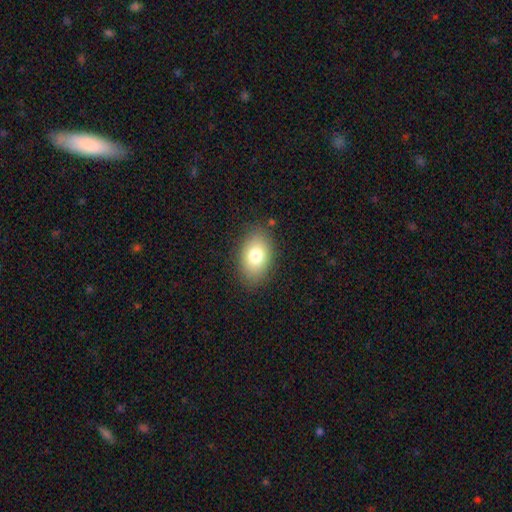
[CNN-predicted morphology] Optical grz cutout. It shows a smooth galaxy with no disk features (78%) that is in between round and cigar-shaped (87%). Merging: none (84%).